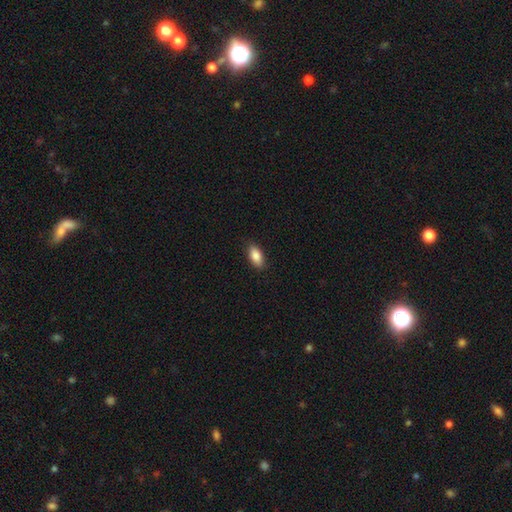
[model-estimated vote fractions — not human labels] smooth 87%, star or artifact 7%, featured or disk 6%. Down the decision tree: how rounded — in between (89%); merging — none (88%).